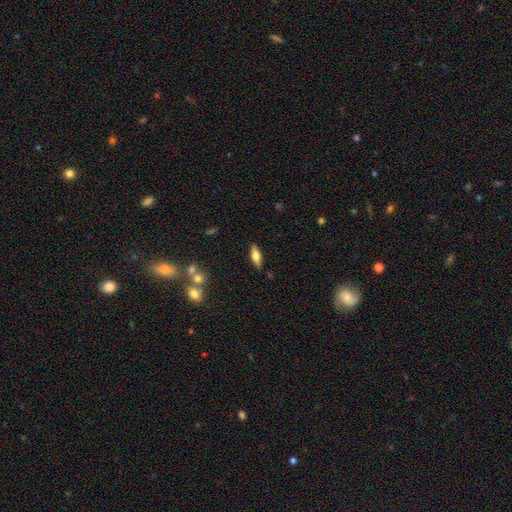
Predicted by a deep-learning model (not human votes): Smooth or featured? smooth (58%)
How rounded? in between (59%)
Merging? none (86%)